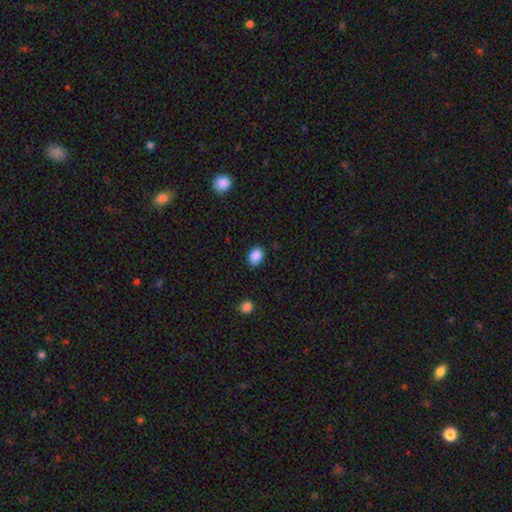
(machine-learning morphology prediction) The model was most divided on "how rounded": in between: 68%, round: 31%, cigar-shaped: 1%. More confident: smooth or featured — smooth (88%); merging — none (86%).